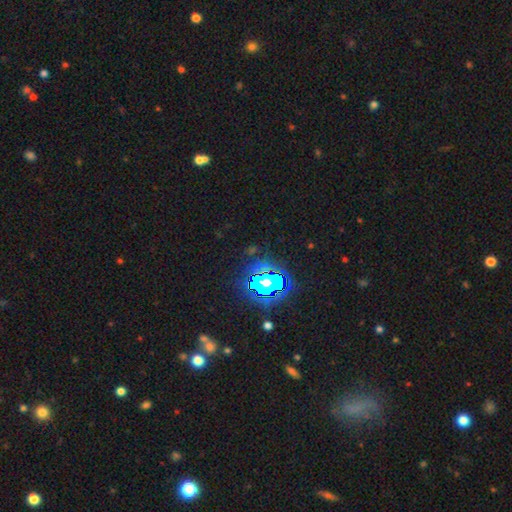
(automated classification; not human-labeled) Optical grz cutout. It shows a star or artifact, not a galaxy (81%).